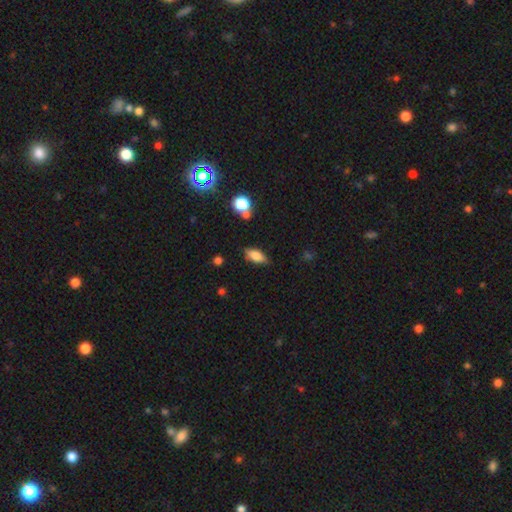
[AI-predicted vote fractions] Smooth or featured? Predicted: smooth (p=0.78). How rounded? Predicted: in between (p=0.83). Merging? Predicted: none (p=0.78).